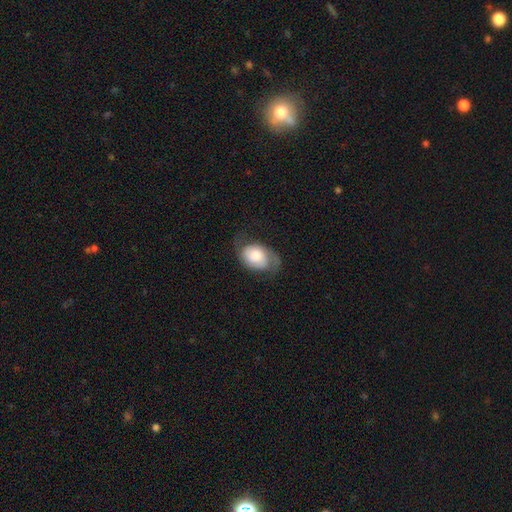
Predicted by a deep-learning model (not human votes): This appears to be a featured or disk galaxy (50%). Merging: none (51%).